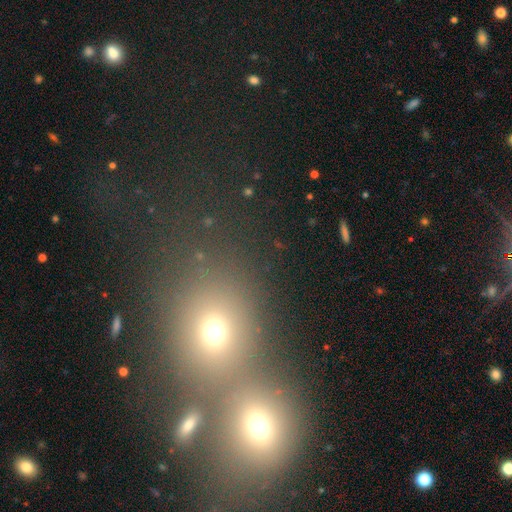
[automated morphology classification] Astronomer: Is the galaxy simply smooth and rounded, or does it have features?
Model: smooth — 56% (runner-up: star or artifact, 32%).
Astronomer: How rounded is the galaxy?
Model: round — 67%.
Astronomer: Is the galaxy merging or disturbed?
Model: merger — 51% (runner-up: none, 37%).